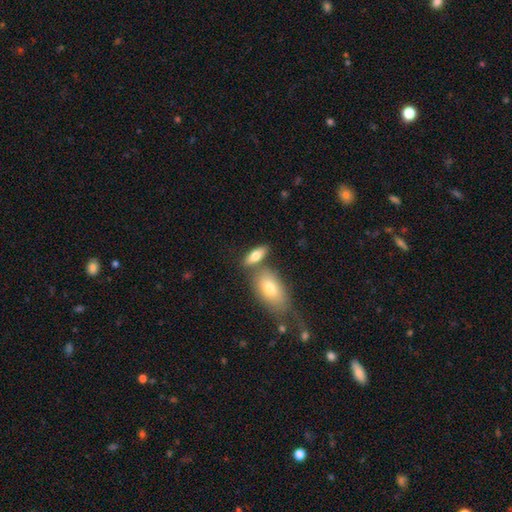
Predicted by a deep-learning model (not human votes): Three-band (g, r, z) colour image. It shows a smooth galaxy with no disk features (71%) that is in between round and cigar-shaped (77%). Merging: none (59%).